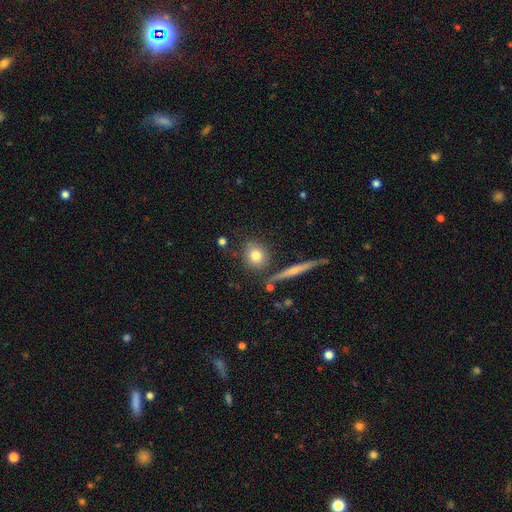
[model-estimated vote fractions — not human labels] Morphology: type=smooth (77%); roundness=round (76%); merging=none (77%).